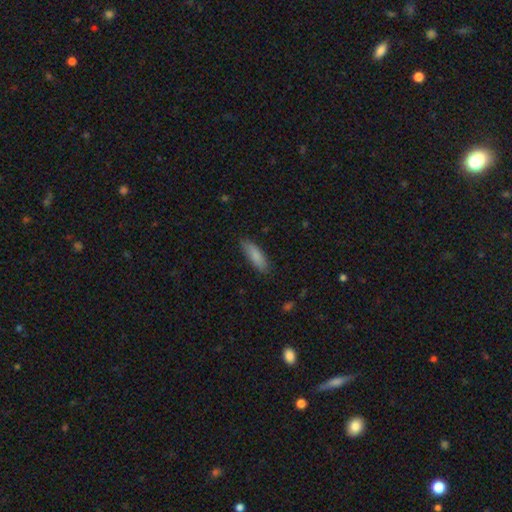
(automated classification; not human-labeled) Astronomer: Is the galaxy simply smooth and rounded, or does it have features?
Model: smooth — 86%.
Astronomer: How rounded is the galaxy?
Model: in between — 50% (runner-up: cigar-shaped, 48%).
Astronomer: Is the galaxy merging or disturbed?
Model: none — 82%.